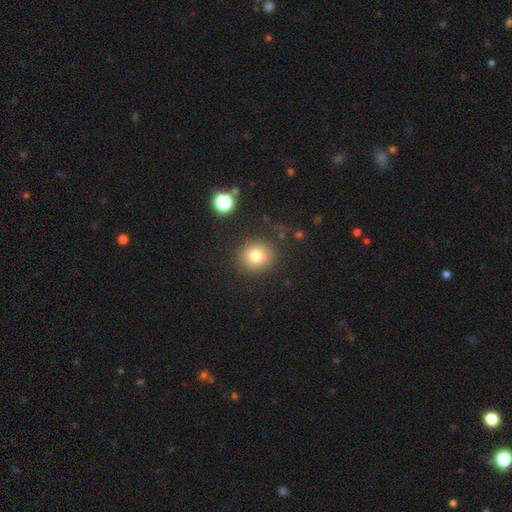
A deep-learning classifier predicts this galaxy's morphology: This appears to be a smooth galaxy with no disk features (78%) that is round (83%). Merging: none (82%).